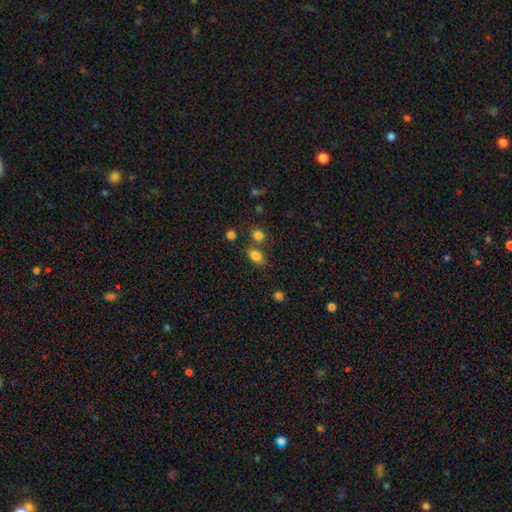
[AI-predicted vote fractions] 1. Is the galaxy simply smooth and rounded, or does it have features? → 82% smooth, 11% star or artifact, 7% featured or disk.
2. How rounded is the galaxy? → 80% in between, 17% round, 3% cigar-shaped.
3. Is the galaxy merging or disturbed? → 64% none, 19% merger, 13% minor disturbance, 4% major disturbance.